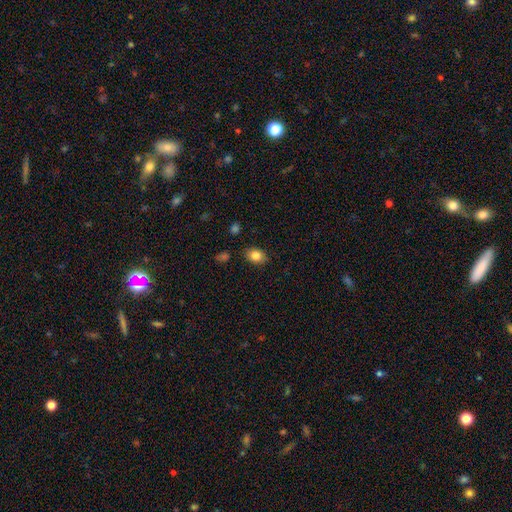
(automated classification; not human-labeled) A smooth galaxy with no disk features (83%) that is in between round and cigar-shaped (69%). Merging: none (86%).